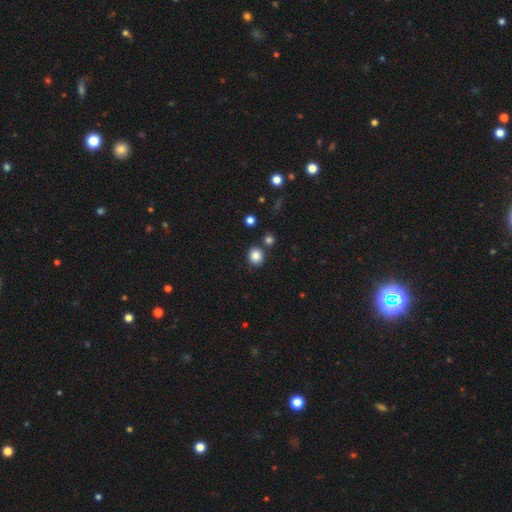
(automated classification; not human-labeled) A smooth galaxy with no disk features (85%) that is round (84%). Merging: none (80%).